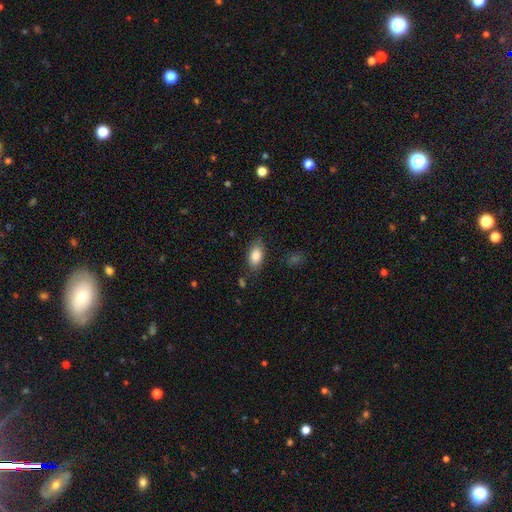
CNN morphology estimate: Q: Smooth or featured?
A: smooth (86%); runner-up: star or artifact (7%)
Q: How rounded?
A: in between (91%); runner-up: round (6%)
Q: Merging?
A: none (80%); runner-up: minor disturbance (14%)